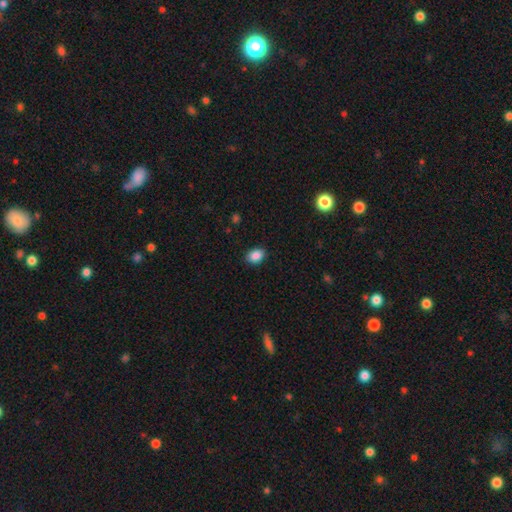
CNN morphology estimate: Smooth or featured?
  - smooth: 88% *
  - star or artifact: 9%
  - featured or disk: 3%
How rounded?
  - in between: 70% *
  - round: 29%
  - cigar-shaped: 1%
Merging?
  - none: 88% *
  - minor disturbance: 9%
  - major disturbance: 2%
  - merger: 1%